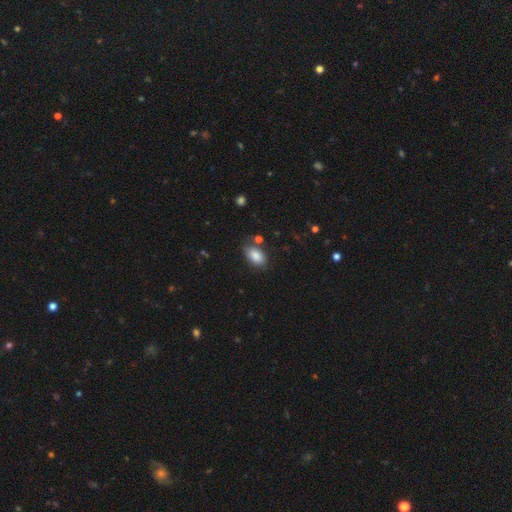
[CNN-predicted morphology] This is clearly a smooth galaxy (86%). How rounded: clearly in between (92%). Merging: likely none (74%).